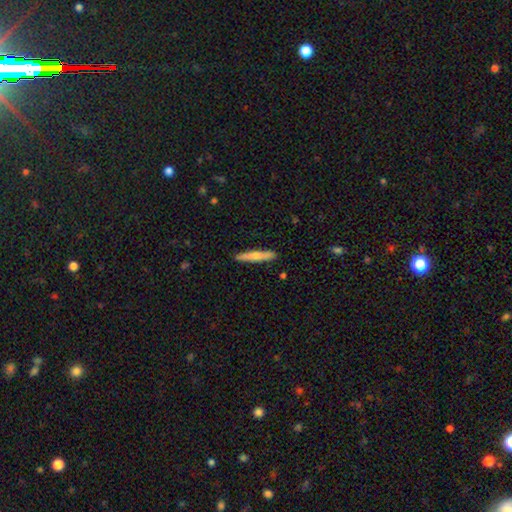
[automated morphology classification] Overall: smooth (67%; featured or disk 28%). How rounded: cigar-shaped (92%). Merging: none (87%).